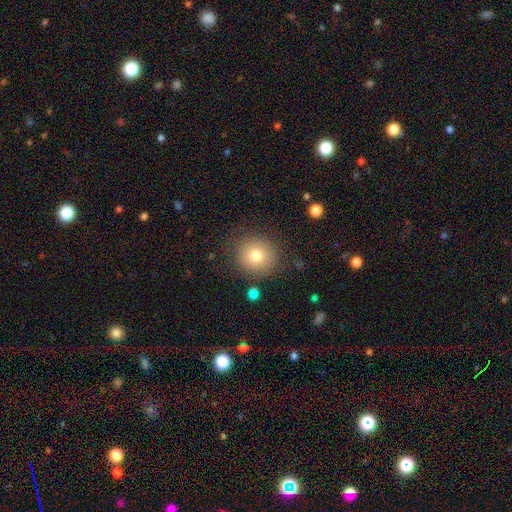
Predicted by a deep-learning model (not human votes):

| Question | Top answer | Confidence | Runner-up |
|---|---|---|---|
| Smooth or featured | smooth | 77% | featured or disk (12%) |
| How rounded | round | 88% | in between (11%) |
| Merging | none | 83% | minor disturbance (10%) |